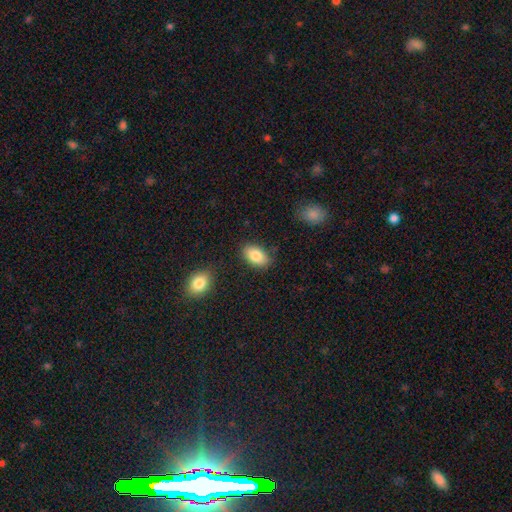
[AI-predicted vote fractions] Smooth or featured?
  - smooth: 85% *
  - featured or disk: 8%
  - star or artifact: 7%
How rounded?
  - in between: 92% *
  - round: 6%
  - cigar-shaped: 2%
Merging?
  - none: 81% *
  - minor disturbance: 13%
  - merger: 3%
  - major disturbance: 3%